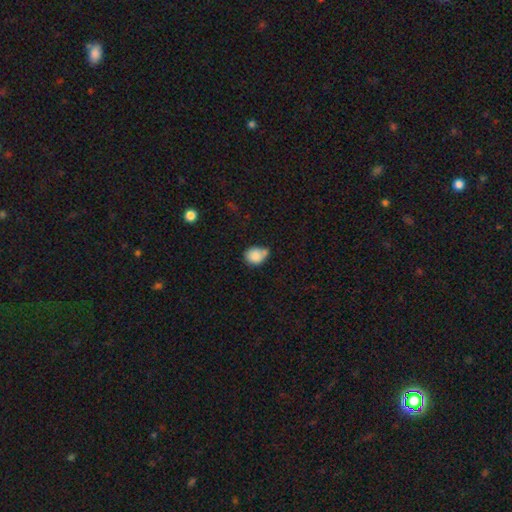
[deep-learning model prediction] Overall: smooth (85%). How rounded: round (60%; in between 39%). Merging: none (42%; minor disturbance 32%).